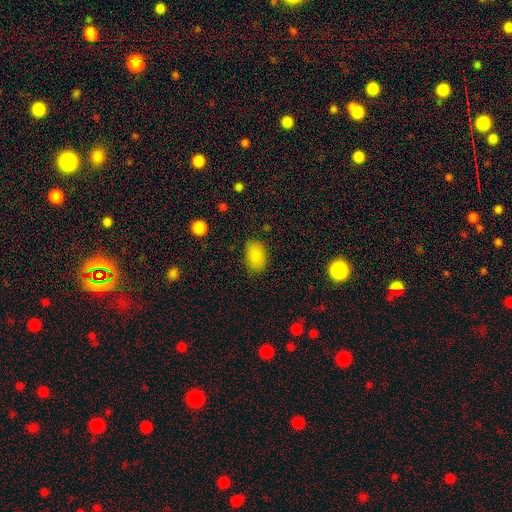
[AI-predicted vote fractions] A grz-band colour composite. It shows a smooth galaxy with no disk features (86%) that is in between round and cigar-shaped (87%). Merging: none (84%).